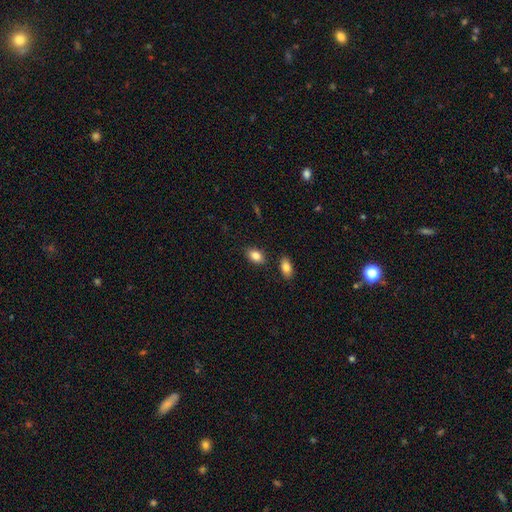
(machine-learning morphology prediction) Smooth or featured? smooth (85%)
How rounded? in between (87%)
Merging? none (82%)